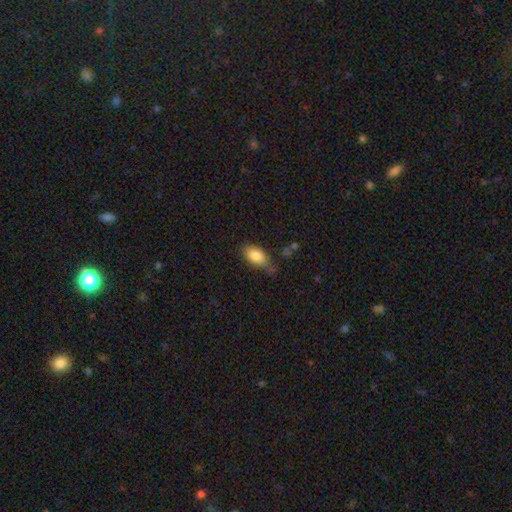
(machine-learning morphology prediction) Smooth or featured? Predicted: smooth (p=0.82). How rounded? Predicted: in between (p=0.91). Merging? Predicted: none (p=0.60).